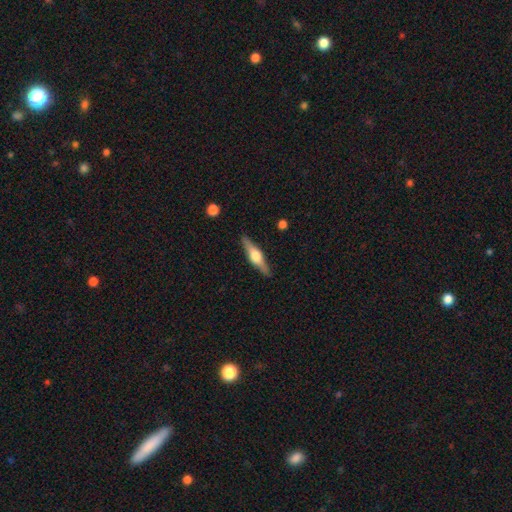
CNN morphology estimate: type=featured or disk (68%); edge-on=yes (96%); edge-on bulge=rounded (93%); merging=none (89%).